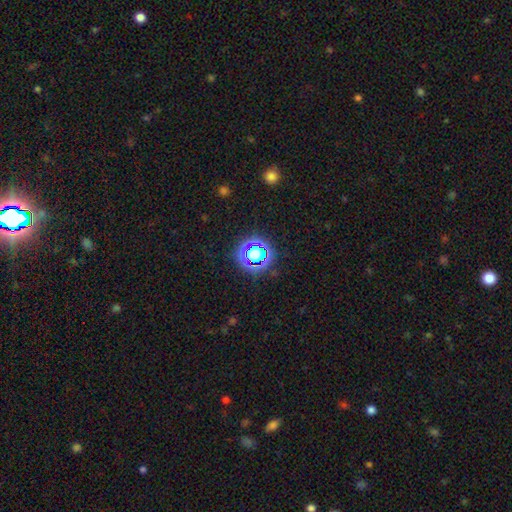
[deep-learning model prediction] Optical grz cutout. It shows a star or artifact, not a galaxy (71%).